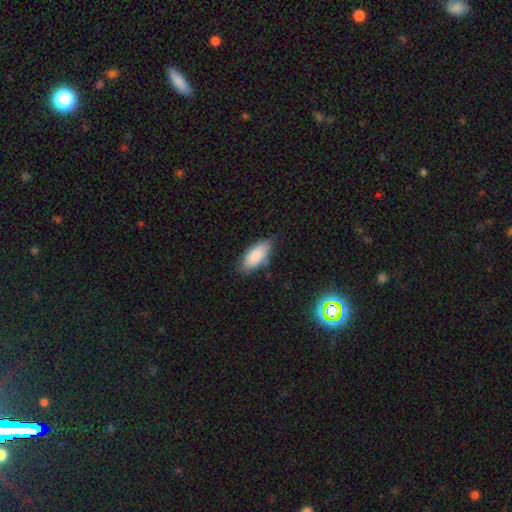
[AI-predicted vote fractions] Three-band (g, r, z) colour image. It shows a smooth galaxy with no disk features (87%) that is in between round and cigar-shaped (88%). Merging: none (75%).